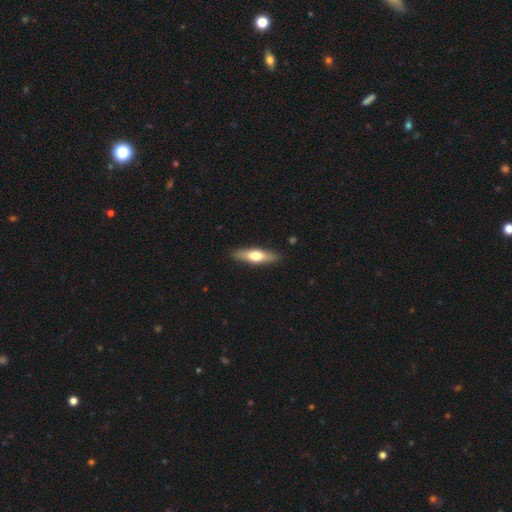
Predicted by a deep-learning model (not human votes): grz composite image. It shows a smooth galaxy with no disk features (56%) that is cigar-shaped (60%). Merging: none (88%).